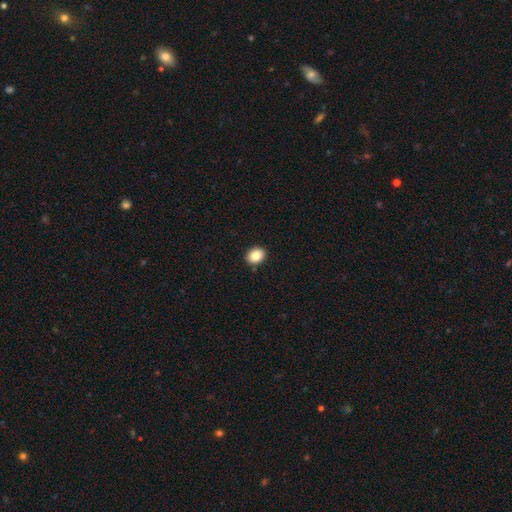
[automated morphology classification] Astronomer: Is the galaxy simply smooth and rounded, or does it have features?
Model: smooth — 85%.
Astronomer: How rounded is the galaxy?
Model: round — 55% (runner-up: in between, 44%).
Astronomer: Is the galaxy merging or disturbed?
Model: none — 91%.